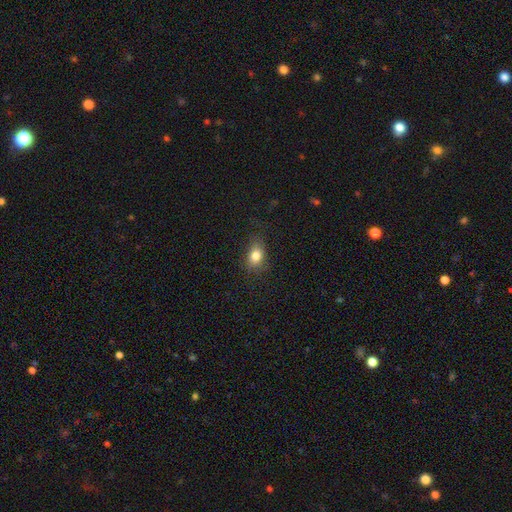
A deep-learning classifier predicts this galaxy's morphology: This is clearly a smooth galaxy (81%). How rounded: likely in between (69%). Merging: likely none (74%).